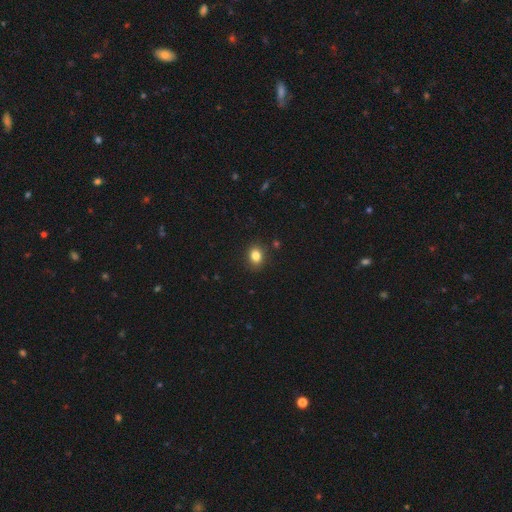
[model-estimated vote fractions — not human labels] Smooth or featured?
  - smooth: 84% *
  - star or artifact: 11%
  - featured or disk: 6%
How rounded?
  - in between: 54% *
  - round: 45%
  - cigar-shaped: 1%
Merging?
  - none: 88% *
  - minor disturbance: 9%
  - major disturbance: 2%
  - merger: 1%